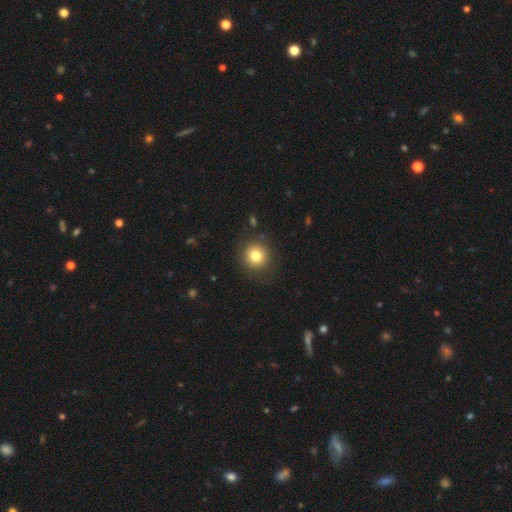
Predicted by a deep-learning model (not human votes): Morphology: type=smooth (80%); roundness=round (92%); merging=none (86%).